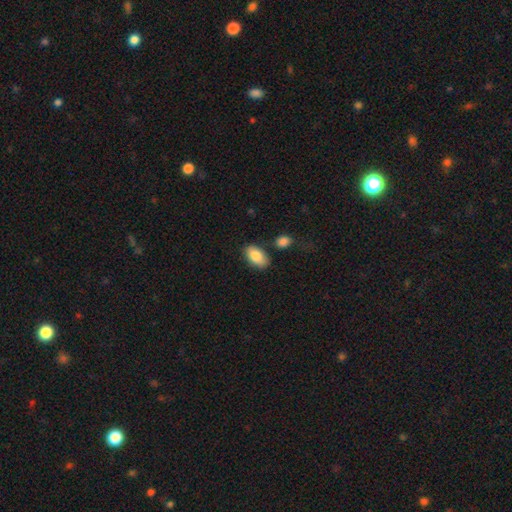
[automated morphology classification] smooth 85%, featured or disk 9%, star or artifact 6%. Down the decision tree: how rounded — in between (93%); merging — none (76%).